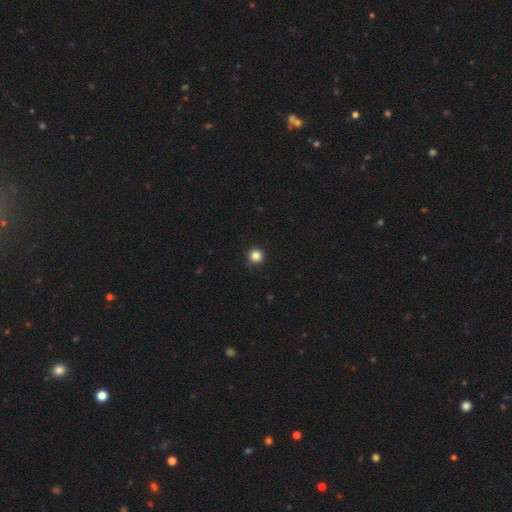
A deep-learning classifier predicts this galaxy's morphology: A smooth galaxy with no disk features (84%) that is round (96%). Merging: none (91%).